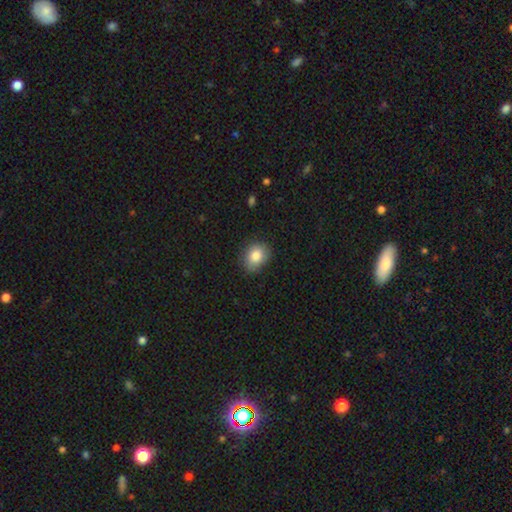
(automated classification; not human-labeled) Overall: smooth (84%). How rounded: in between (53%; round 46%). Merging: none (81%).